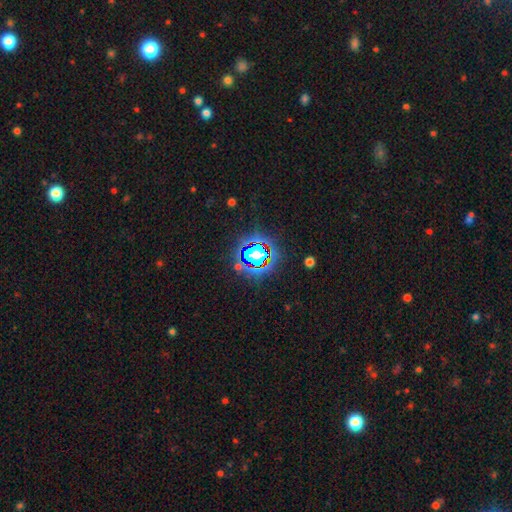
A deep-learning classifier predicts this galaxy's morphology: This is clearly a star or artifact rather than a galaxy (81%).